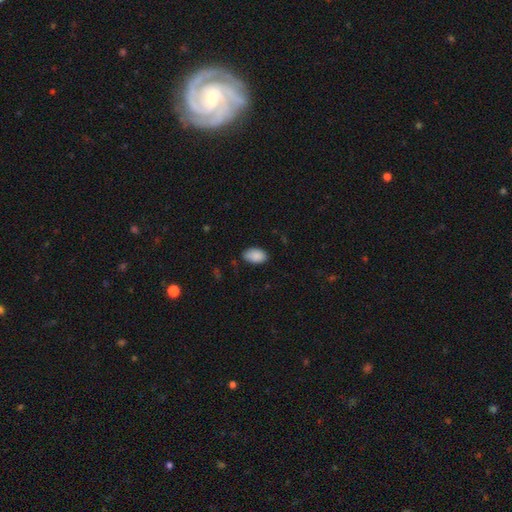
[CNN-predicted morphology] This is clearly a smooth galaxy (89%). How rounded: clearly in between (93%). Merging: clearly none (81%).